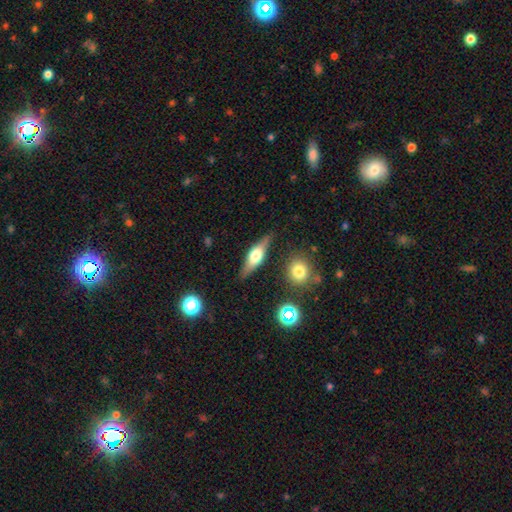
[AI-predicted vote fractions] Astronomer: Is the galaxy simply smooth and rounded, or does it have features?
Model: featured or disk — 56% (runner-up: smooth, 37%).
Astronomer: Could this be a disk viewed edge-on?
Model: yes — 91%.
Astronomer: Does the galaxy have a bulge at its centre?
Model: rounded — 90%.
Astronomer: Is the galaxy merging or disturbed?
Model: none — 82%.